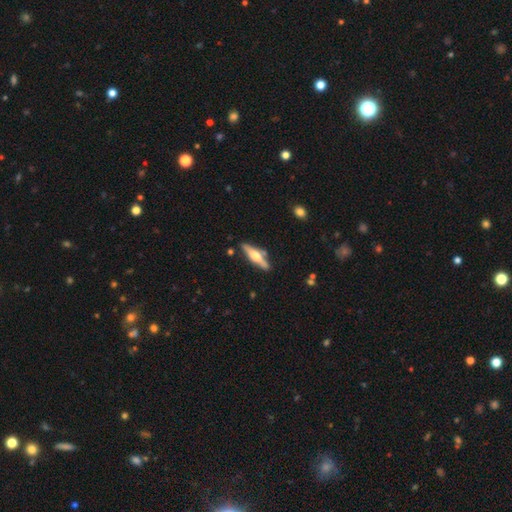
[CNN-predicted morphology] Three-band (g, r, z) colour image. It shows a featured or disk galaxy (64%) viewed edge-on (96%) with a rounded central bulge (90%). Merging: none (82%).